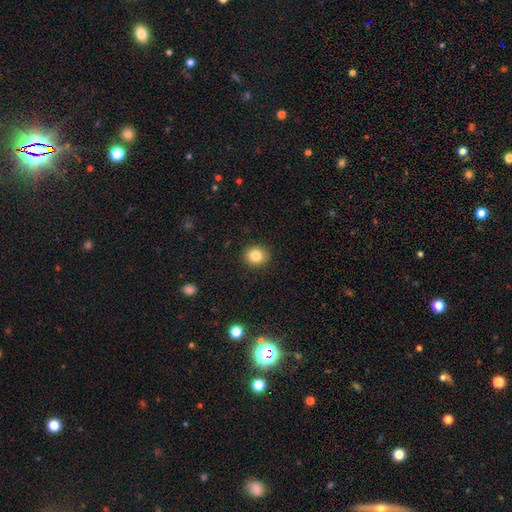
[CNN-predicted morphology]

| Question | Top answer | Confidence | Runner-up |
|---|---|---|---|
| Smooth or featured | smooth | 83% | star or artifact (10%) |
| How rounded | round | 79% | in between (20%) |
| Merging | none | 91% | minor disturbance (6%) |